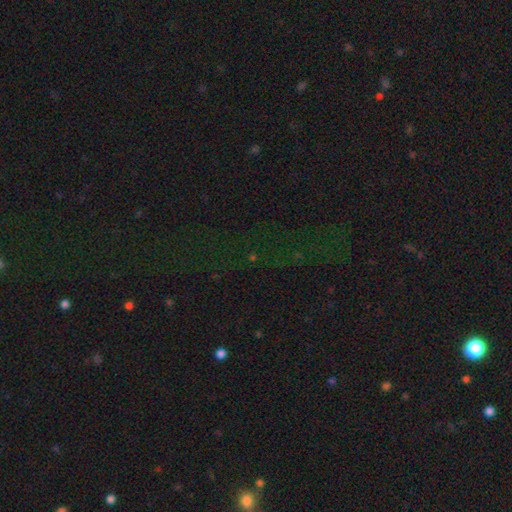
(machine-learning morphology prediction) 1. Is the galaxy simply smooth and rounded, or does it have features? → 77% star or artifact, 14% smooth, 10% featured or disk.